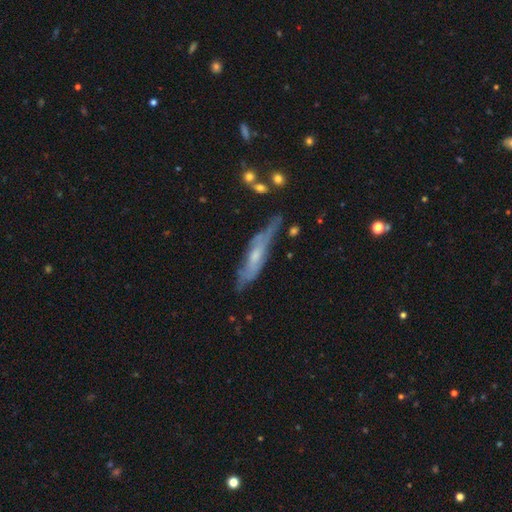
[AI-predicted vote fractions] Morphology: type=featured or disk (62%); edge-on=yes (56%); merging=none (56%).